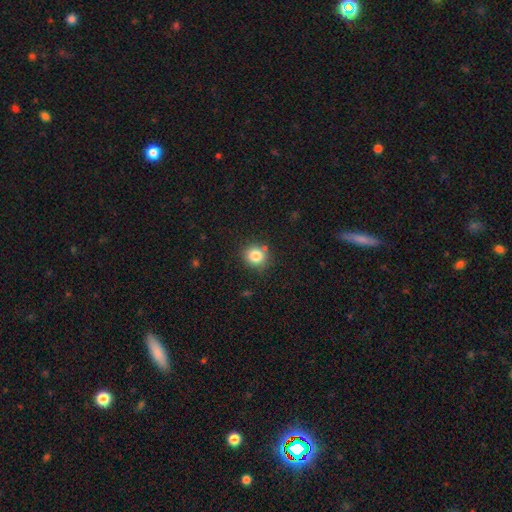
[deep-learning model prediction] Smooth or featured? smooth (83%)
How rounded? round (86%)
Merging? none (81%)